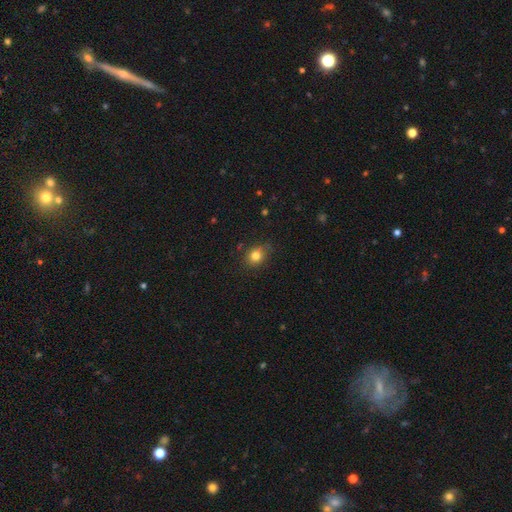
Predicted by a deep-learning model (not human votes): Q: Smooth or featured?
A: smooth (80%); runner-up: star or artifact (12%)
Q: How rounded?
A: round (61%); runner-up: in between (38%)
Q: Merging?
A: none (76%); runner-up: minor disturbance (19%)